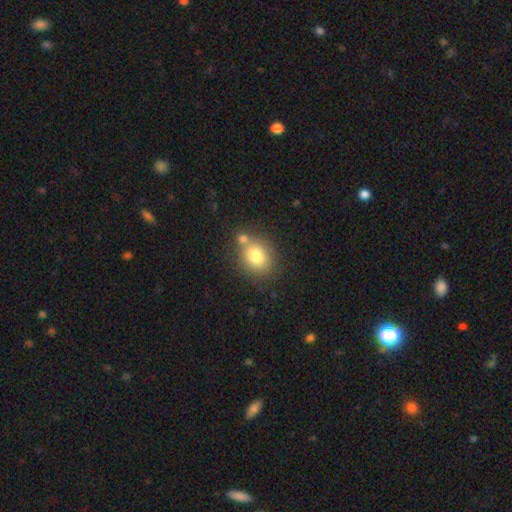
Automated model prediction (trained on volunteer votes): Smooth or featured: smooth — 78% (featured or disk — 12%)
How rounded: round — 60% (in between — 39%)
Merging: none — 59% (merger — 24%)